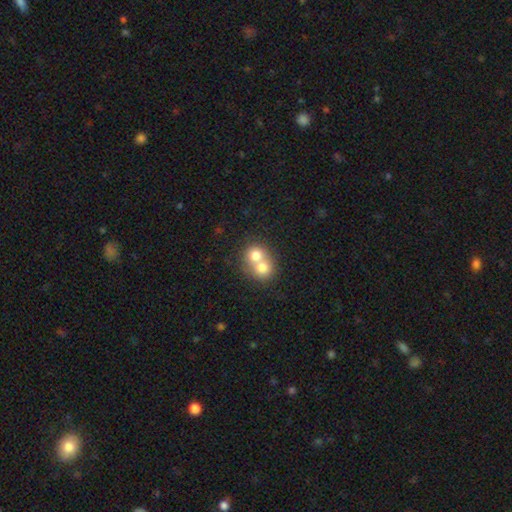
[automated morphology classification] smooth-or-featured: smooth: 71% | featured or disk: 20% | star or artifact: 9%
  how-rounded: round: 78% | in between: 21% | cigar-shaped: 1%
  merging: merger: 73% | none: 21% | minor disturbance: 4% | major disturbance: 2%